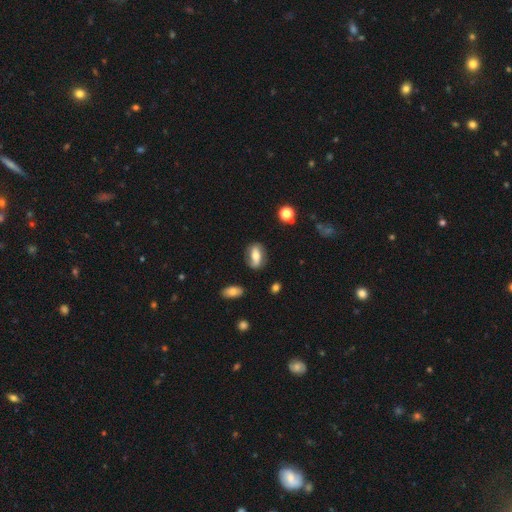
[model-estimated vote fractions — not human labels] Smooth or featured? Predicted: smooth (p=0.49). Merging? Predicted: none (p=0.76).